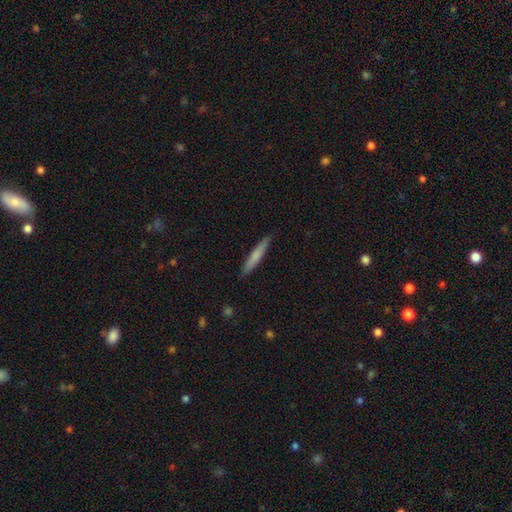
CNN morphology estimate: Smooth or featured? smooth (69%)
How rounded? cigar-shaped (94%)
Merging? none (89%)